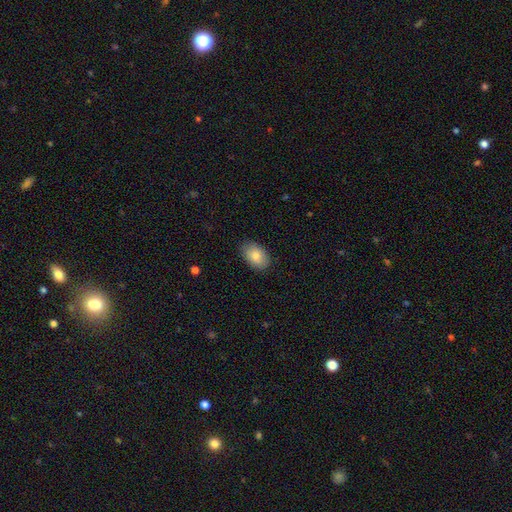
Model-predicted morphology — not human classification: smooth 81%, featured or disk 12%, star or artifact 7%. Down the decision tree: how rounded — in between (89%); merging — none (84%).